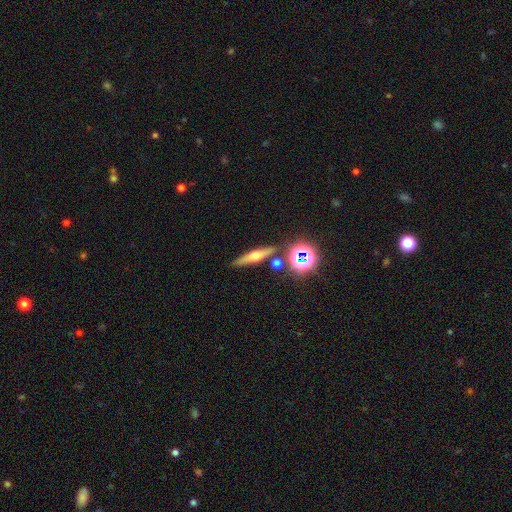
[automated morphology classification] Overall: featured or disk (48%; smooth 33%). Merging: none (84%).